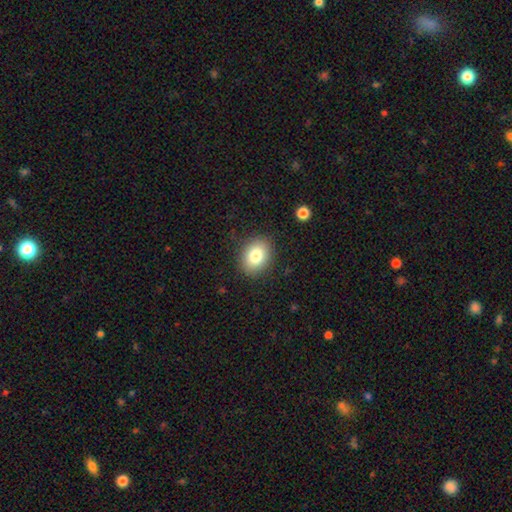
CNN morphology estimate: Overall: smooth (81%). How rounded: in between (67%; round 32%). Merging: none (87%).